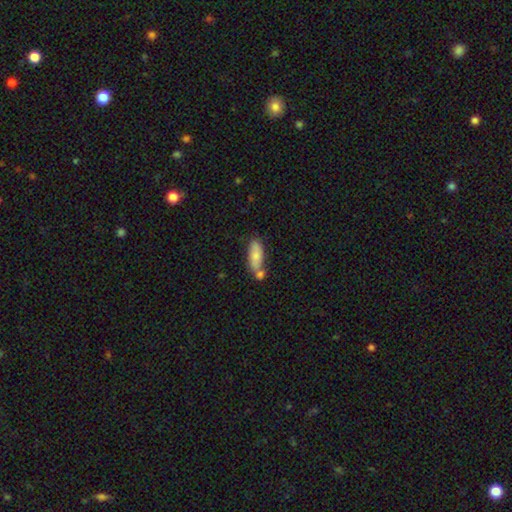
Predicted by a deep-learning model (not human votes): Smooth or featured? smooth (76%)
How rounded? in between (68%)
Merging? none (47%)